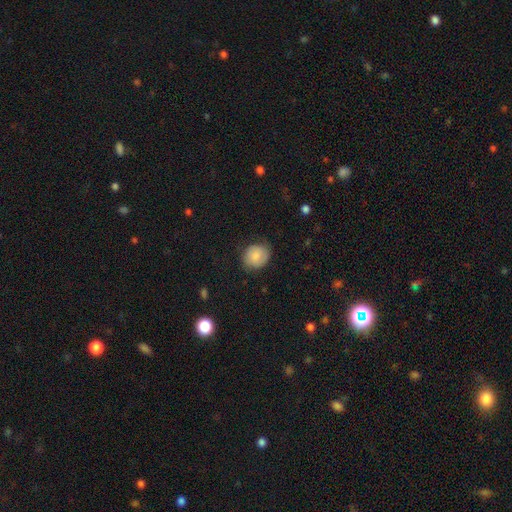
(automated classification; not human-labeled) smooth-or-featured: smooth: 80% | featured or disk: 13% | star or artifact: 8%
  how-rounded: round: 69% | in between: 30% | cigar-shaped: 1%
  merging: none: 74% | minor disturbance: 20% | major disturbance: 5% | merger: 1%